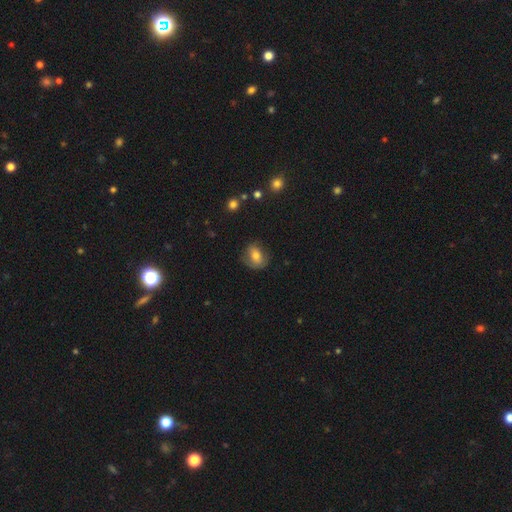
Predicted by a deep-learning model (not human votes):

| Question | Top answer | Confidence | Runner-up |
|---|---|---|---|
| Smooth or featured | smooth | 66% | featured or disk (24%) |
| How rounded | in between | 51% | round (47%) |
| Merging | none | 70% | minor disturbance (21%) |